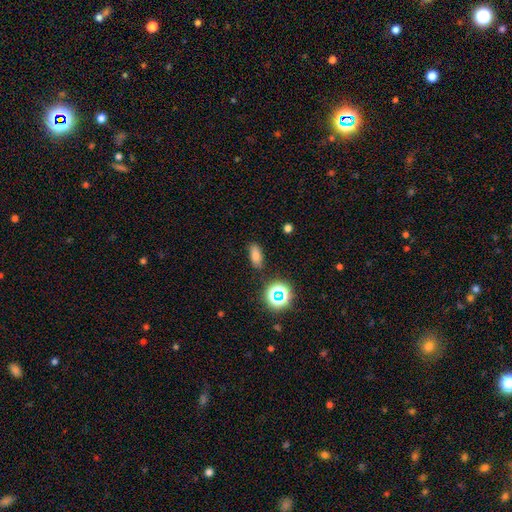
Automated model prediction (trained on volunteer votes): Q: Smooth or featured?
A: smooth (76%); runner-up: star or artifact (17%)
Q: How rounded?
A: in between (78%); runner-up: cigar-shaped (14%)
Q: Merging?
A: none (82%); runner-up: minor disturbance (12%)